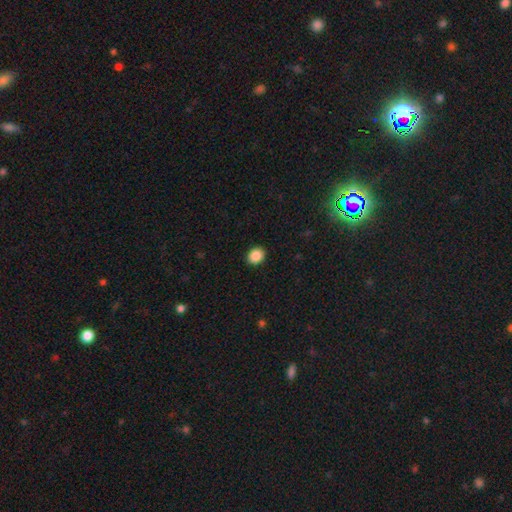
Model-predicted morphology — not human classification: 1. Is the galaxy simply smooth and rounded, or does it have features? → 88% smooth, 9% star or artifact, 3% featured or disk.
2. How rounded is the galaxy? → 63% round, 36% in between, 1% cigar-shaped.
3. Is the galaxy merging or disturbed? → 92% none, 6% minor disturbance, 2% major disturbance, 1% merger.